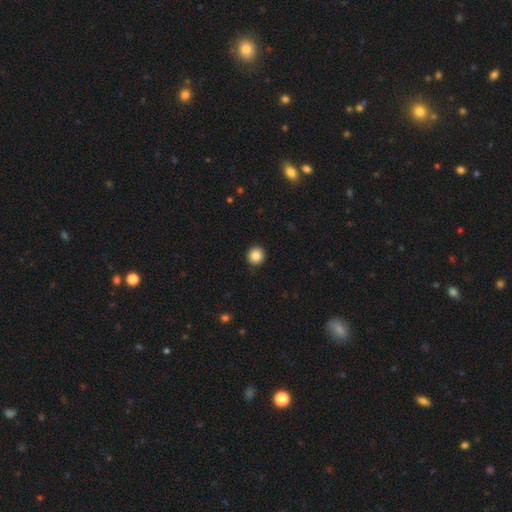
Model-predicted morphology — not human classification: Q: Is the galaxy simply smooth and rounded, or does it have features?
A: smooth — 86%.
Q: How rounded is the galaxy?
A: round — 94%.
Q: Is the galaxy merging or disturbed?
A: none — 93%.